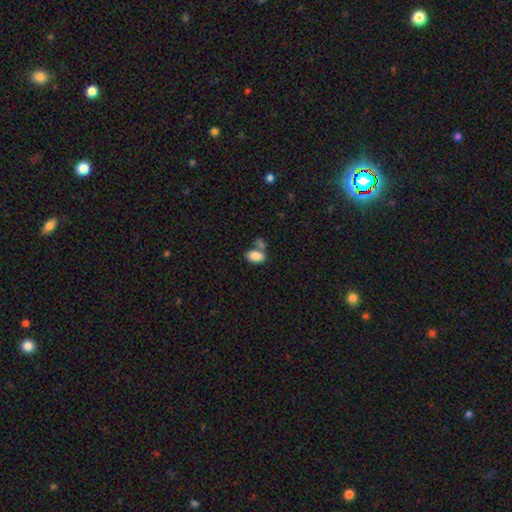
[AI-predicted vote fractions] Overall: smooth (85%). How rounded: in between (90%). Merging: none (47%; merger 35%).